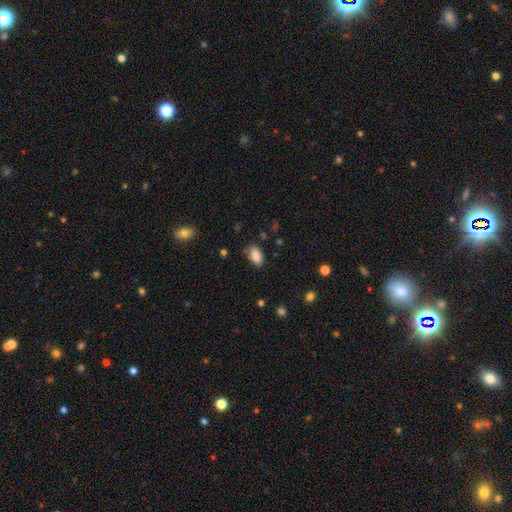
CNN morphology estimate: This appears to be a smooth galaxy with no disk features (87%) that is in between round and cigar-shaped (92%). Merging: none (81%).